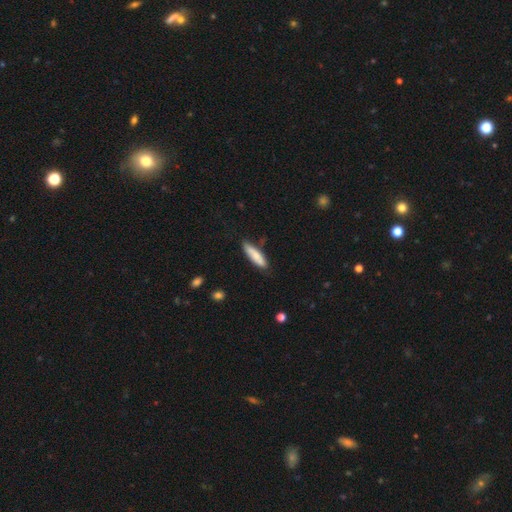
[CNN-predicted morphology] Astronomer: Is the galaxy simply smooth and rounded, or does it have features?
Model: smooth — 78%.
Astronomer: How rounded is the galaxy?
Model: cigar-shaped — 73%.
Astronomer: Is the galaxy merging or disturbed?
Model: none — 78%.